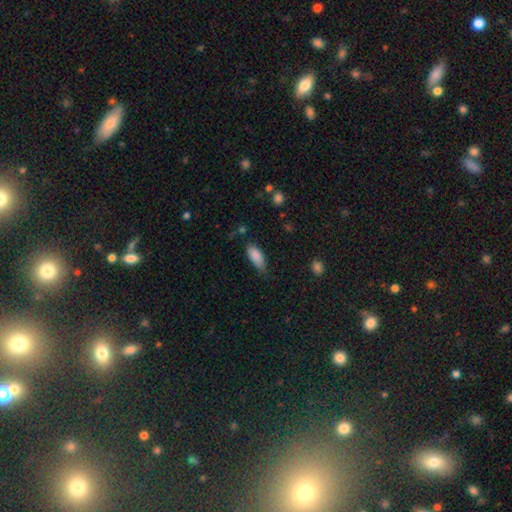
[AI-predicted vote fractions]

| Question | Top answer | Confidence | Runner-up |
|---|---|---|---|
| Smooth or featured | smooth | 87% | star or artifact (7%) |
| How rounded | in between | 81% | cigar-shaped (17%) |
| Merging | none | 57% | minor disturbance (34%) |